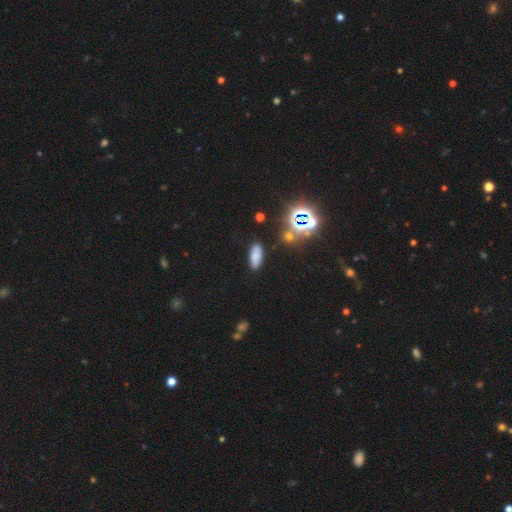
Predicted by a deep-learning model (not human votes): Overall: smooth (67%). How rounded: in between (79%). Merging: none (83%).